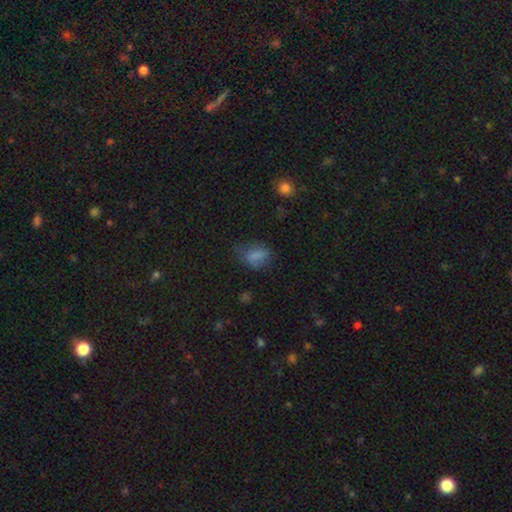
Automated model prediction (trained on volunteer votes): Morphology: type=smooth (75%); roundness=in between (75%); merging=none (52%).